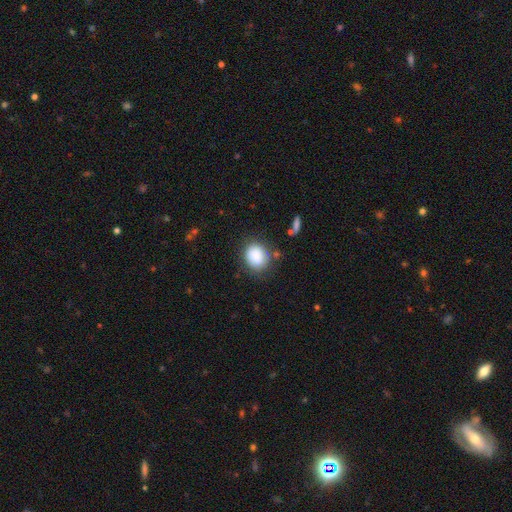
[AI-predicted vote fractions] Smooth or featured? Predicted: smooth (p=0.88). How rounded? Predicted: round (p=0.61). Merging? Predicted: none (p=0.77).